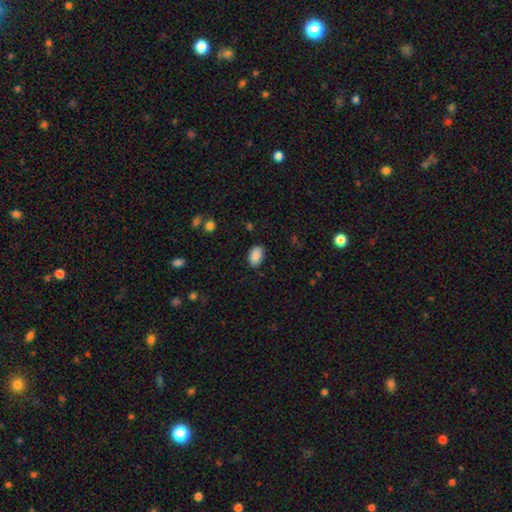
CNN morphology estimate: smooth_or_featured: smooth (p=0.87) [alt: star or artifact p=0.08]
how_rounded: in between (p=0.87) [alt: round p=0.12]
merging: none (p=0.83) [alt: minor disturbance p=0.13]